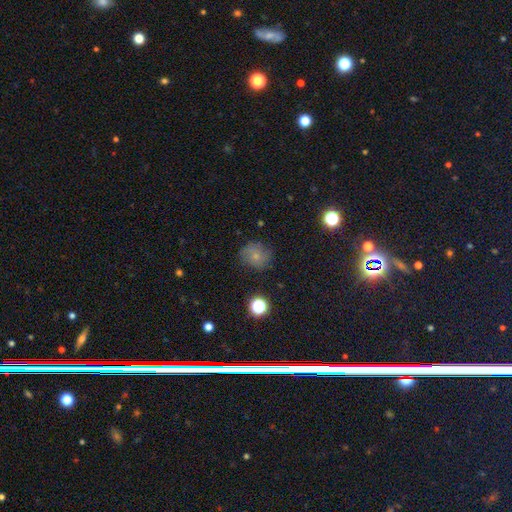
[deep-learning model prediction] Smooth or featured?
  - smooth: 66% *
  - featured or disk: 18%
  - star or artifact: 16%
How rounded?
  - round: 80% *
  - in between: 19%
  - cigar-shaped: 1%
Merging?
  - none: 73% *
  - minor disturbance: 19%
  - major disturbance: 6%
  - merger: 2%